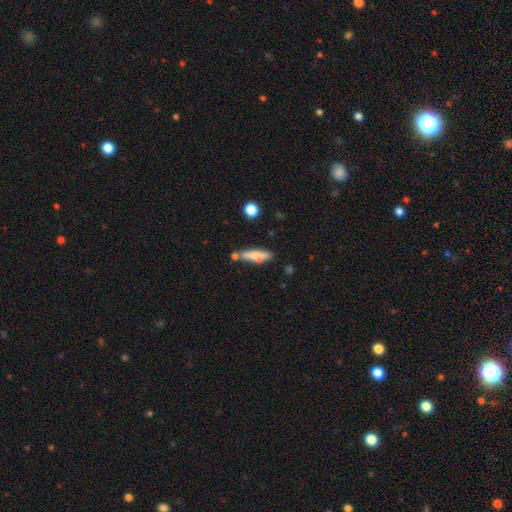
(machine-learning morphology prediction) This is likely a smooth galaxy (65%). How rounded: likely cigar-shaped (72%). Merging: likely none (66%).